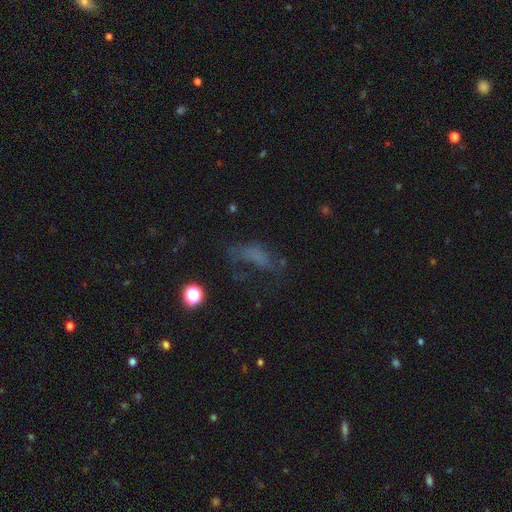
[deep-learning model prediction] smooth-or-featured: smooth: 44% | featured or disk: 30% | star or artifact: 26%
  merging: none: 38% | major disturbance: 37% | minor disturbance: 21% | merger: 4%